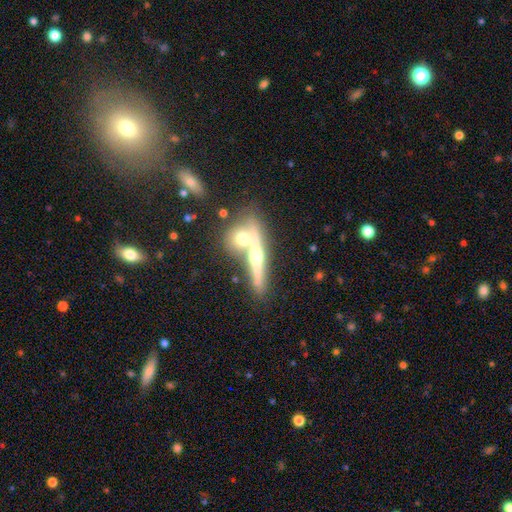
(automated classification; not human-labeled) smooth-or-featured: featured or disk: 65% | smooth: 27% | star or artifact: 8%
  disk-edge-on: yes: 90% | no: 10%
    edge-on-bulge: rounded: 93% | none: 4% | boxy: 3%
  merging: none: 49% | merger: 39% | minor disturbance: 9% | major disturbance: 4%